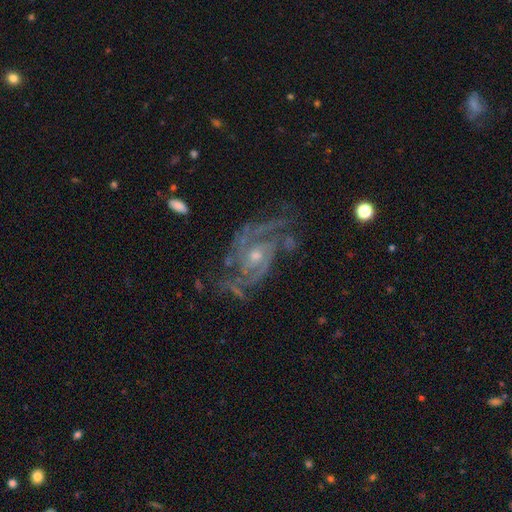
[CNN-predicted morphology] Q: Smooth or featured?
A: featured or disk (90%); runner-up: star or artifact (6%)
Q: Edge-on disk?
A: no (97%); runner-up: yes (3%)
Q: Bar?
A: no (63%); runner-up: weak (30%)
Q: Spiral arms?
A: yes (97%); runner-up: no (3%)
Q: Spiral winding?
A: medium (47%); runner-up: tight (38%)
Q: Spiral arm count?
A: 2 (49%); runner-up: 3 (20%)
Q: Bulge size?
A: small (52%); runner-up: moderate (44%)
Q: Merging?
A: none (59%); runner-up: minor disturbance (22%)